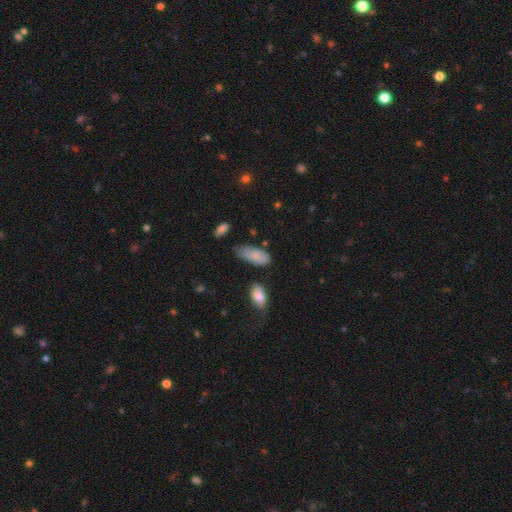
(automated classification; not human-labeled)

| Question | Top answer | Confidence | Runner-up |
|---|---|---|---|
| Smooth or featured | smooth | 79% | featured or disk (14%) |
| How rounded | in between | 88% | cigar-shaped (9%) |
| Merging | none | 51% | minor disturbance (34%) |